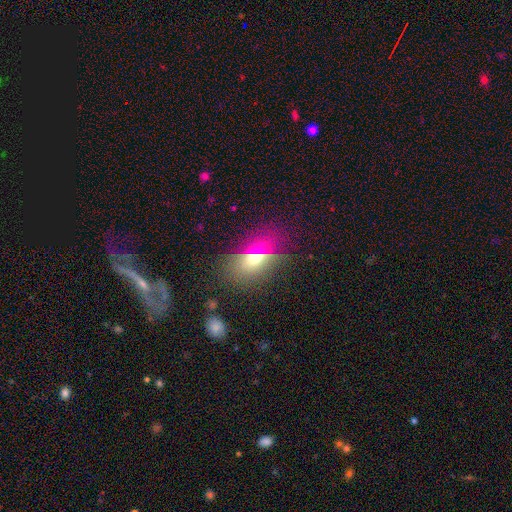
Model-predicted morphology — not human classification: type=smooth (59%); roundness=in between (75%); merging=none (79%).